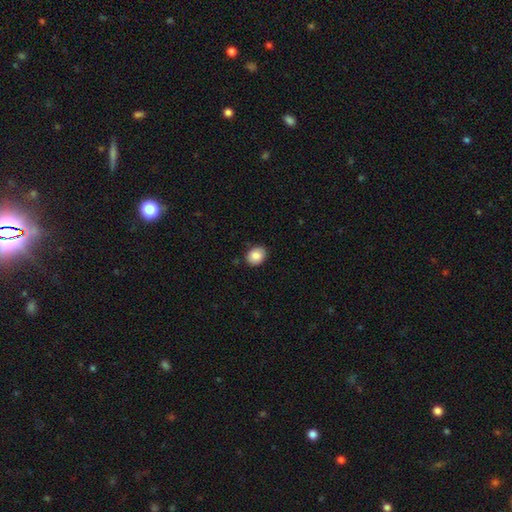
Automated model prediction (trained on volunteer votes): Smooth or featured? Predicted: smooth (p=0.87). How rounded? Predicted: in between (p=0.53). Merging? Predicted: none (p=0.86).